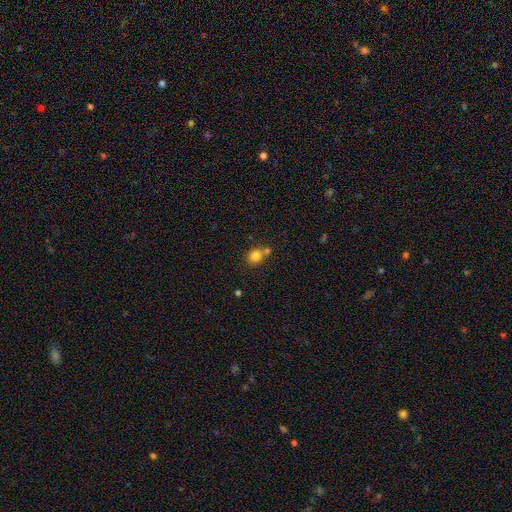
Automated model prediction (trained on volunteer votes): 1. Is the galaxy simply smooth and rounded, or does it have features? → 81% smooth, 12% star or artifact, 7% featured or disk.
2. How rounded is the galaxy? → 76% round, 23% in between, 1% cigar-shaped.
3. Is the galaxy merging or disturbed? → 56% none, 32% merger, 9% minor disturbance, 3% major disturbance.